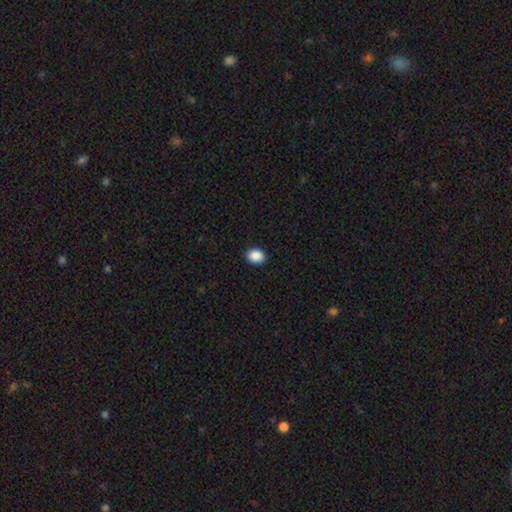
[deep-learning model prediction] This appears to be a smooth galaxy with no disk features (90%) that is in between round and cigar-shaped (51%). Merging: none (92%).